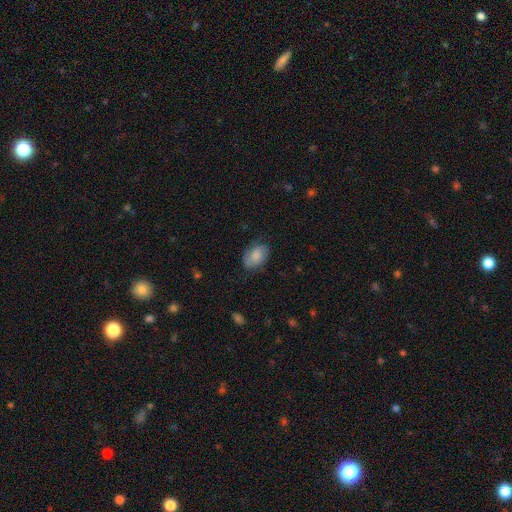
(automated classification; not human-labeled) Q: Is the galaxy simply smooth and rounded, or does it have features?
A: smooth — 67%.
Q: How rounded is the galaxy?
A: in between — 84%.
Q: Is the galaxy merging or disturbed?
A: none — 67%.